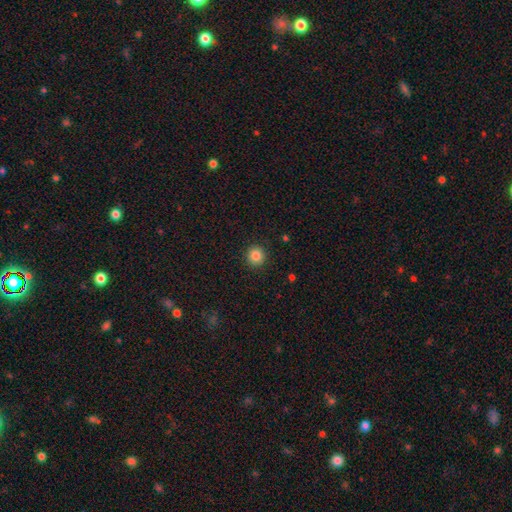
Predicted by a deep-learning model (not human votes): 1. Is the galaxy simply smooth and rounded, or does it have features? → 86% smooth, 10% star or artifact, 4% featured or disk.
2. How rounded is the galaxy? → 93% round, 6% in between, 1% cigar-shaped.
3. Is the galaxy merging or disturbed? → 92% none, 5% minor disturbance, 2% major disturbance, 1% merger.